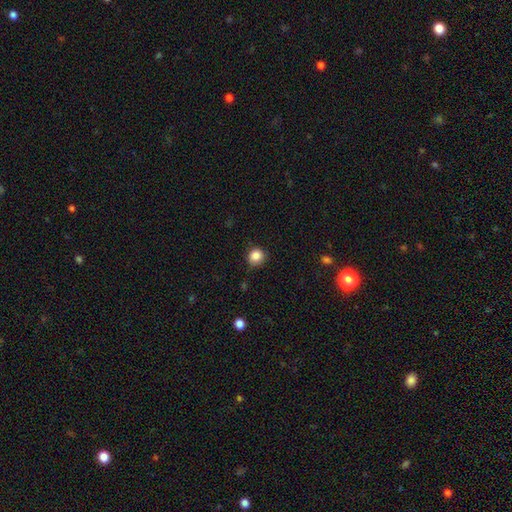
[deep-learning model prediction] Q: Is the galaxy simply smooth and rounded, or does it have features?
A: smooth — 86%.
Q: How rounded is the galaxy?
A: round — 86%.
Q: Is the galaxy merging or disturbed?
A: none — 81%.